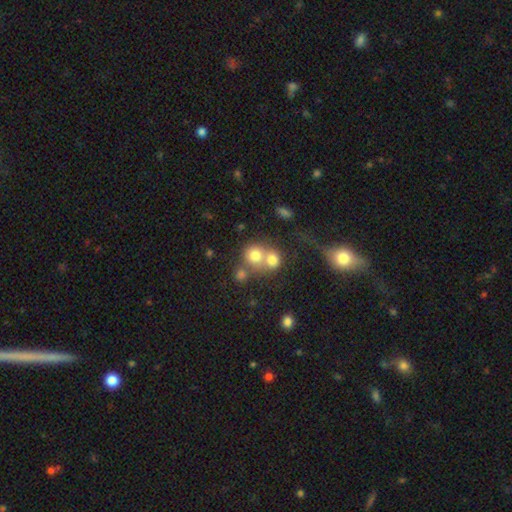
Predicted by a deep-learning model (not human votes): smooth 73%, featured or disk 14%, star or artifact 13%. Down the decision tree: how rounded — round (81%); merging — merger (55%).